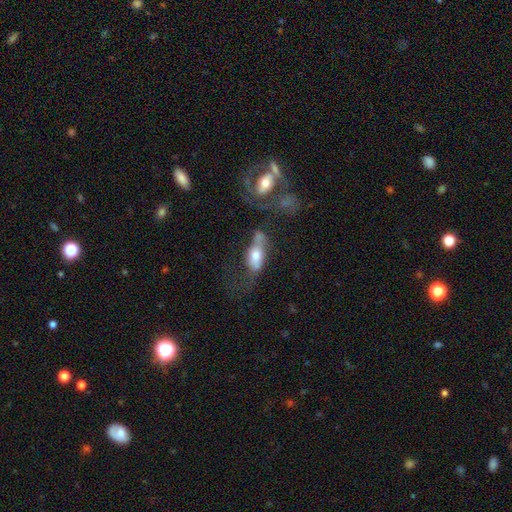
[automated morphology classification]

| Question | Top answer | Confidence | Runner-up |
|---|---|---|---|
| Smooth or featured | smooth | 57% | featured or disk (35%) |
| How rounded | in between | 78% | cigar-shaped (17%) |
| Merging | none | 29% | major disturbance (26%) |